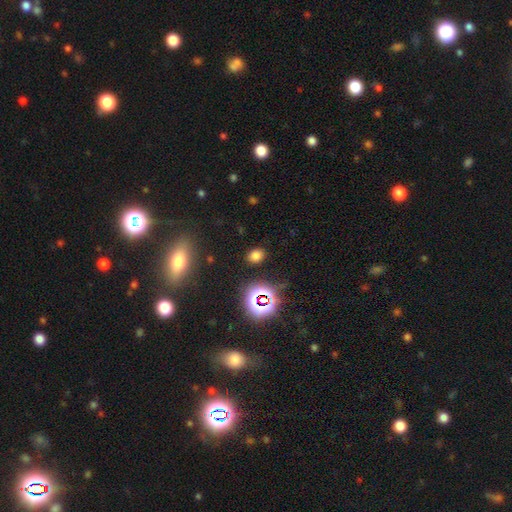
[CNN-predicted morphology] The model was most divided on "how rounded": in between: 62%, round: 37%, cigar-shaped: 1%. More confident: merging — none (86%); smooth or featured — smooth (70%).